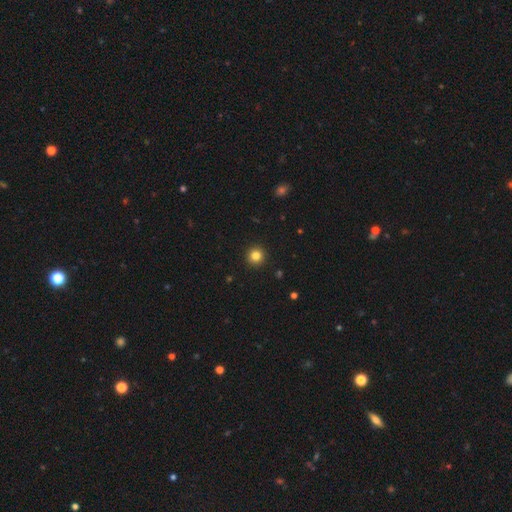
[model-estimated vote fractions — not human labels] smooth-or-featured: smooth: 83% | star or artifact: 12% | featured or disk: 5%
  how-rounded: round: 94% | in between: 5% | cigar-shaped: 1%
  merging: none: 93% | minor disturbance: 4% | major disturbance: 2% | merger: 1%